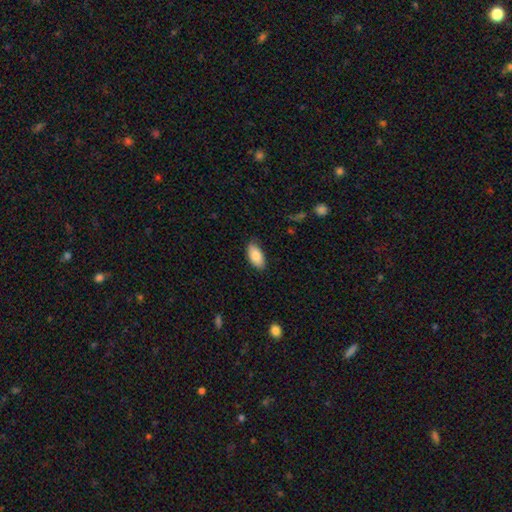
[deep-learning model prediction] Morphology: type=smooth (86%); roundness=in between (93%); merging=none (84%).